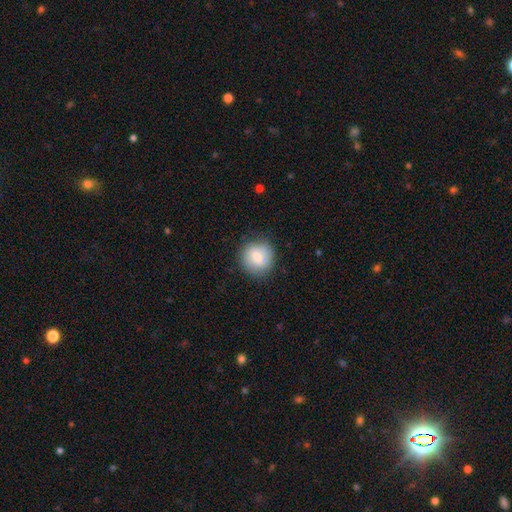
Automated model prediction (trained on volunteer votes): Smooth or featured?
  - smooth: 78% *
  - featured or disk: 14%
  - star or artifact: 8%
How rounded?
  - round: 91% *
  - in between: 8%
  - cigar-shaped: 1%
Merging?
  - none: 85% *
  - minor disturbance: 11%
  - major disturbance: 3%
  - merger: 1%